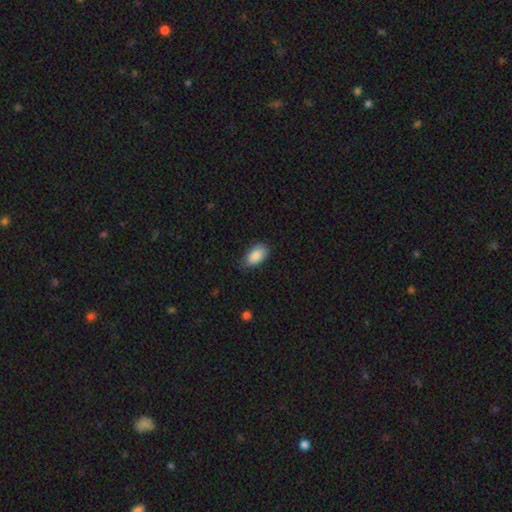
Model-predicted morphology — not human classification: Smooth or featured: smooth — 88% (star or artifact — 6%)
How rounded: in between — 93% (round — 4%)
Merging: none — 74% (minor disturbance — 21%)